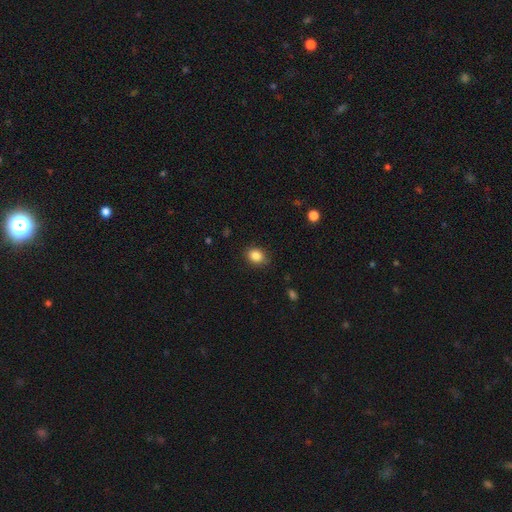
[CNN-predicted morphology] The model was most divided on "how rounded": in between: 52%, round: 47%, cigar-shaped: 1%. More confident: smooth or featured — smooth (86%); merging — none (84%).